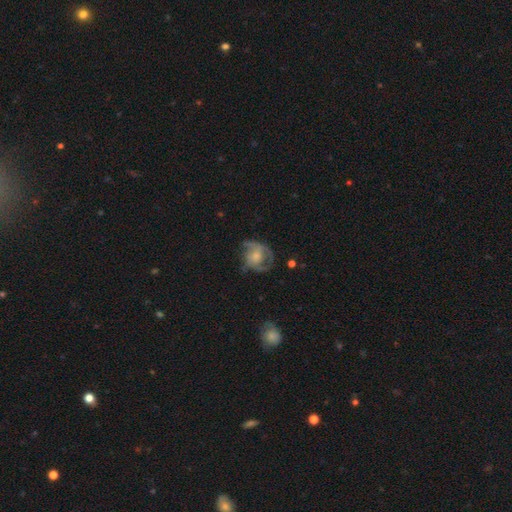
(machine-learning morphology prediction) smooth-or-featured: featured or disk: 56% | smooth: 35% | star or artifact: 9%
  disk-edge-on: no: 97% | yes: 3%
    bar: no: 75% | weak: 21% | strong: 4%
    has-spiral-arms: yes: 63% | no: 37%
    bulge-size: moderate: 39% (tied) | small: 39% (tied) | none: 12% | large: 8% | dominant: 2%
  merging: none: 47% | major disturbance: 27% | minor disturbance: 24% | merger: 2%